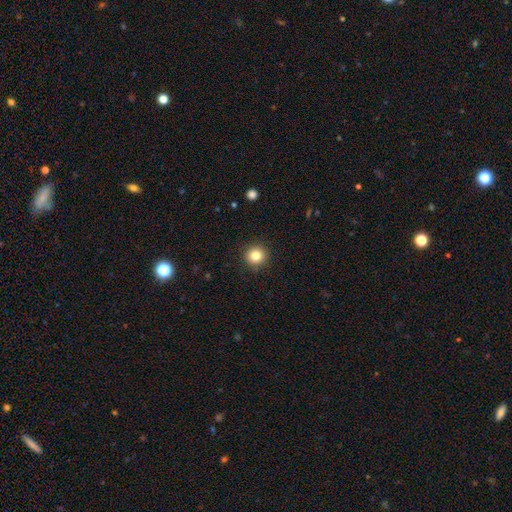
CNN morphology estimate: Overall: smooth (83%). How rounded: round (94%). Merging: none (91%).